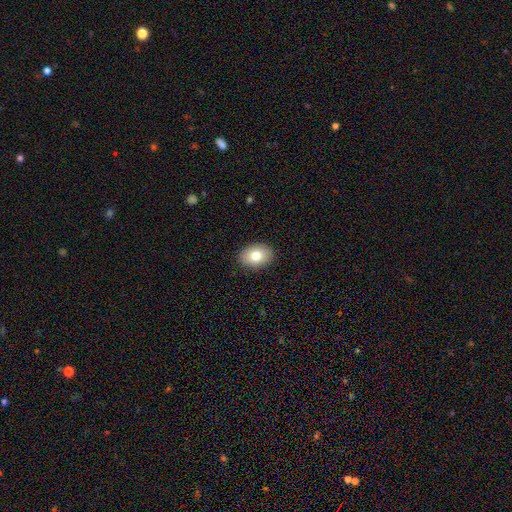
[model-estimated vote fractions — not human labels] This is likely a smooth galaxy (79%). How rounded: likely in between (77%). Merging: clearly none (90%).